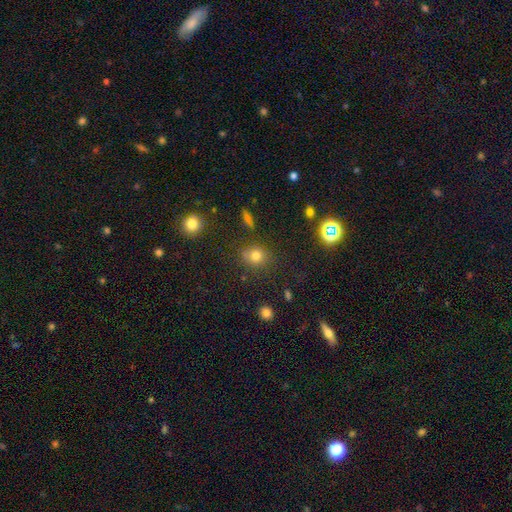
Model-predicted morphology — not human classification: The model was most divided on "how rounded": round: 71%, in between: 28%, cigar-shaped: 1%. More confident: merging — none (75%); smooth or featured — smooth (74%).